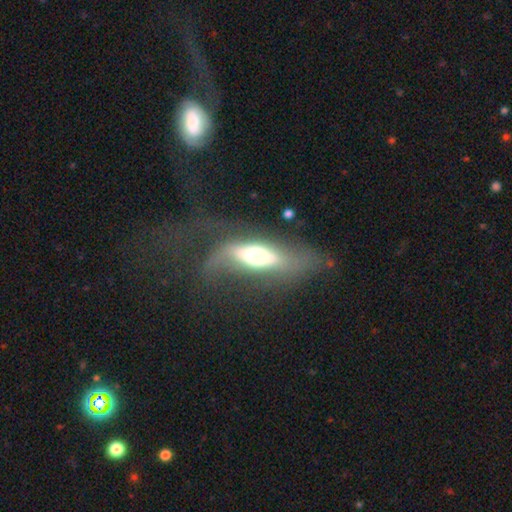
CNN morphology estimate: A featured or disk galaxy (54%).

Vote fractions:
- Smooth or featured? featured or disk: 54% / smooth: 38% / star or artifact: 8%
- Edge-on disk? no: 65% / yes: 35%
- Merging? major disturbance: 39% / none: 36% / minor disturbance: 21% / merger: 3%